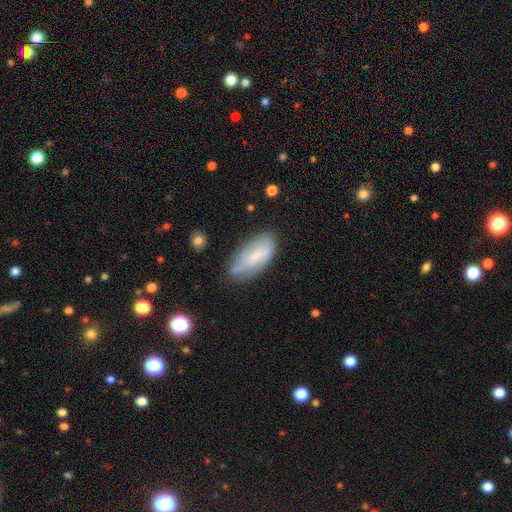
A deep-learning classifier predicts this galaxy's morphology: smooth-or-featured: smooth: 53% | featured or disk: 39% | star or artifact: 8%
  how-rounded: in between: 85% | cigar-shaped: 12% | round: 2%
  merging: none: 57% | minor disturbance: 29% | major disturbance: 9% | merger: 5%